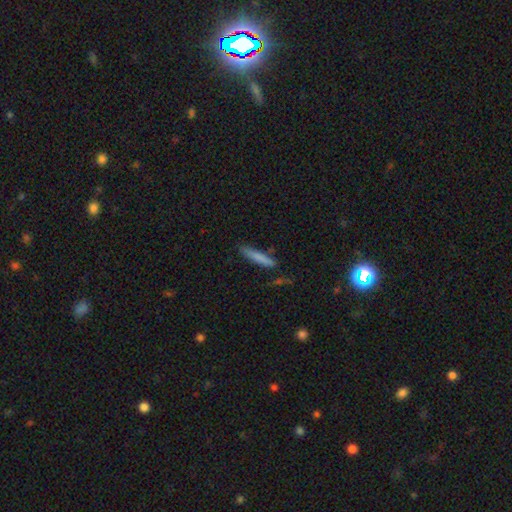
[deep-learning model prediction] Morphology: type=smooth (75%); roundness=cigar-shaped (93%); merging=none (81%).